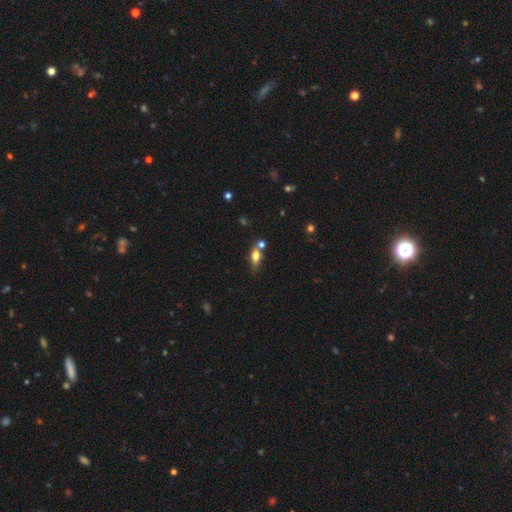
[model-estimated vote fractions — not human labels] Smooth or featured: smooth — 65% (featured or disk — 24%)
How rounded: in between — 71% (cigar-shaped — 18%)
Merging: none — 53% (merger — 24%)